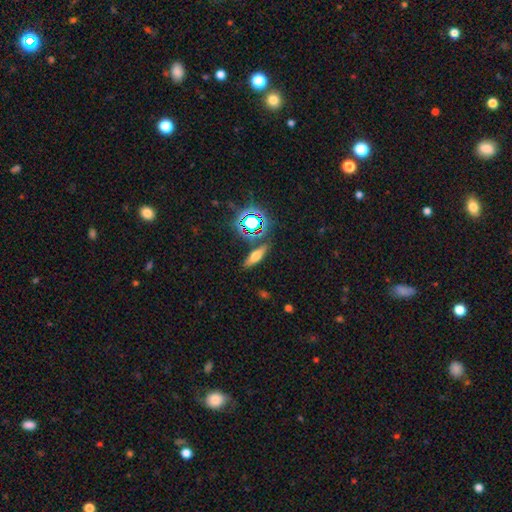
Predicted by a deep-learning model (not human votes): This is possibly a smooth galaxy (50%). How rounded: possibly cigar-shaped (50%). Merging: clearly none (81%).